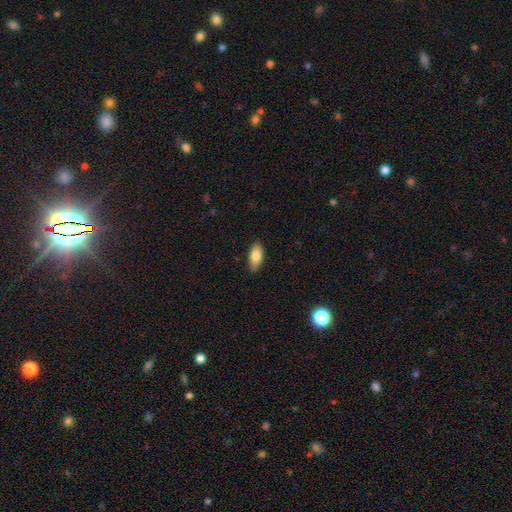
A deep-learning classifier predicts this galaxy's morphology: Smooth or featured? Predicted: smooth (p=0.81). How rounded? Predicted: in between (p=0.84). Merging? Predicted: none (p=0.84).